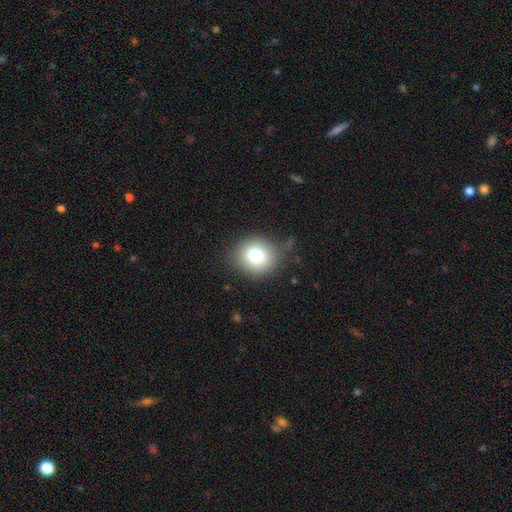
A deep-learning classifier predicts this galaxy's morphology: Smooth or featured: smooth — 79% (featured or disk — 11%)
How rounded: round — 78% (in between — 21%)
Merging: none — 80% (minor disturbance — 14%)